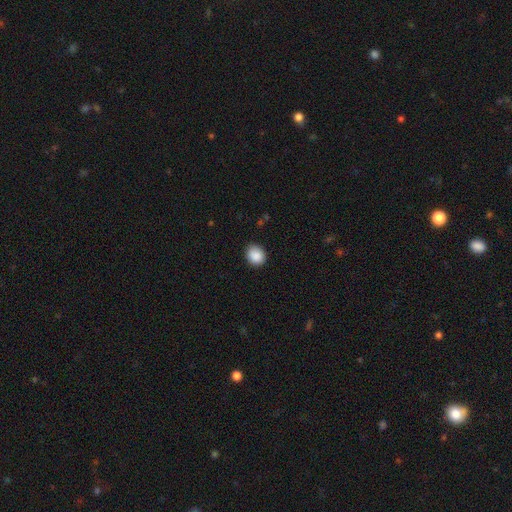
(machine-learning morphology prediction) smooth-or-featured: smooth: 89% | star or artifact: 8% | featured or disk: 3%
  how-rounded: round: 69% | in between: 31% | cigar-shaped: 1%
  merging: none: 84% | minor disturbance: 13% | major disturbance: 3% | merger: 1%